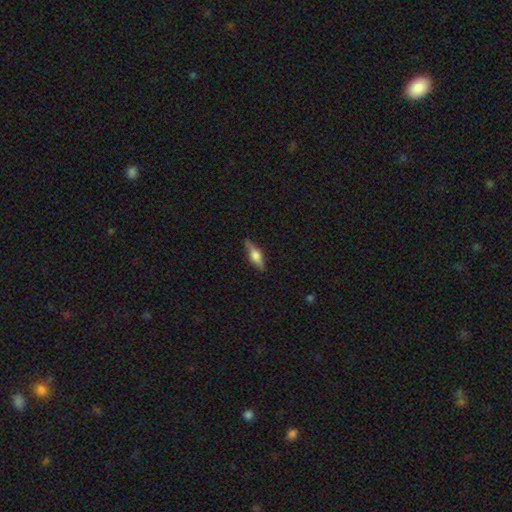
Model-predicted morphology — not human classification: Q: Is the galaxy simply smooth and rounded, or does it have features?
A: featured or disk — 52%.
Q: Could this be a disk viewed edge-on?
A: yes — 93%.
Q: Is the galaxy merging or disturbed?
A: none — 85%.